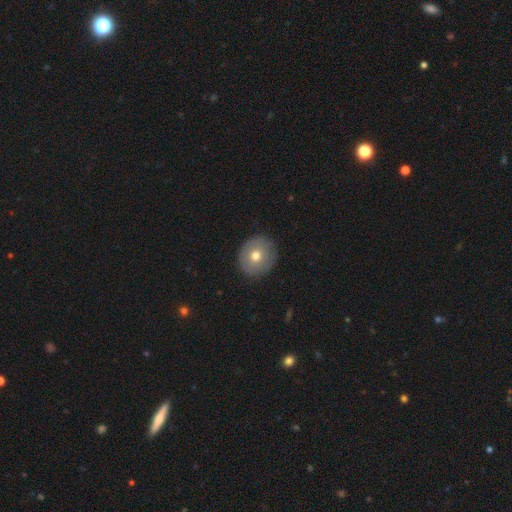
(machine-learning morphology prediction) Overall: smooth (66%). How rounded: round (83%). Merging: none (89%).